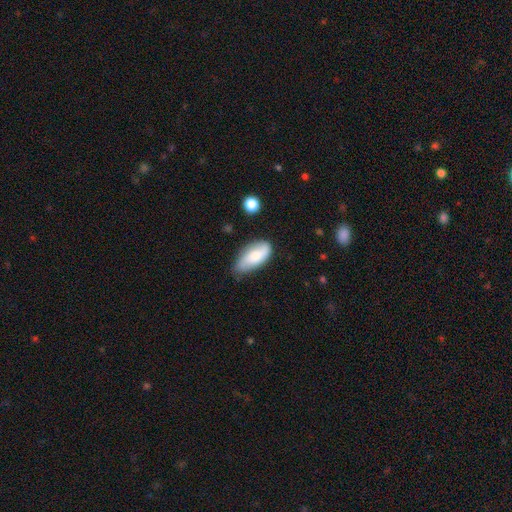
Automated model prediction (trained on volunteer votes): Smooth or featured?
  - smooth: 67% *
  - featured or disk: 26%
  - star or artifact: 7%
How rounded?
  - in between: 90% *
  - cigar-shaped: 7%
  - round: 3%
Merging?
  - none: 63% *
  - minor disturbance: 29%
  - major disturbance: 6%
  - merger: 3%